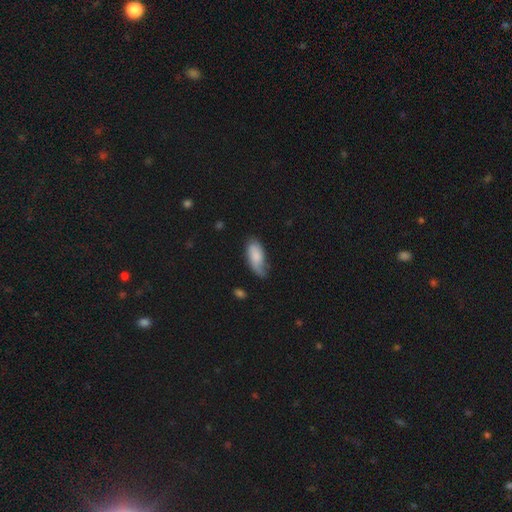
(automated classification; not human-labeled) smooth-or-featured: smooth: 76% | featured or disk: 18% | star or artifact: 6%
  how-rounded: in between: 86% | cigar-shaped: 12% | round: 2%
  merging: none: 56% | minor disturbance: 33% | major disturbance: 9% | merger: 2%